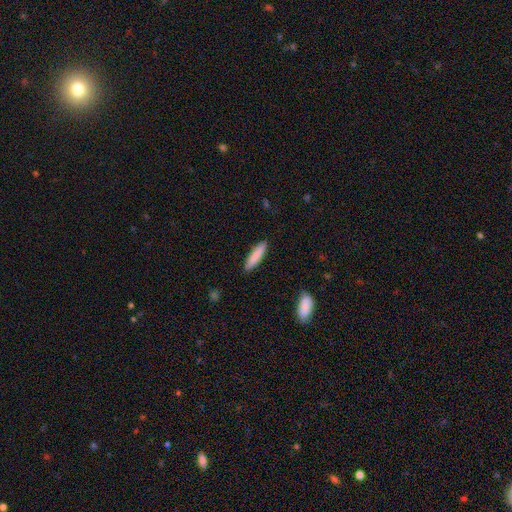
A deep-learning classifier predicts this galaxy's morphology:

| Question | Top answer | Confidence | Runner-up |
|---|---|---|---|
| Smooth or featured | smooth | 84% | featured or disk (10%) |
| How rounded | cigar-shaped | 81% | in between (18%) |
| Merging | none | 90% | minor disturbance (7%) |